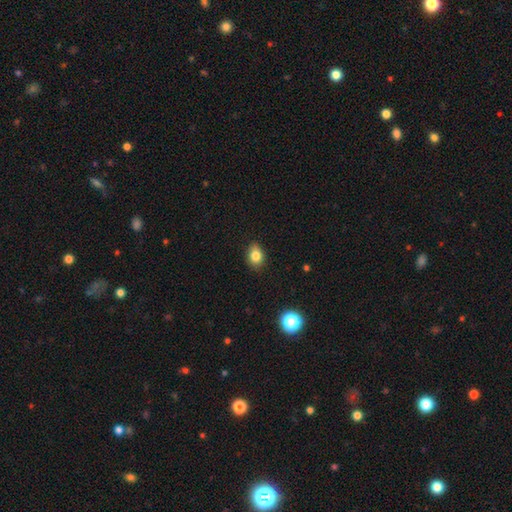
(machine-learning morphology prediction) smooth_or_featured: smooth (p=0.82) [alt: star or artifact p=0.11]
how_rounded: in between (p=0.62) [alt: round p=0.37]
merging: none (p=0.84) [alt: minor disturbance p=0.13]